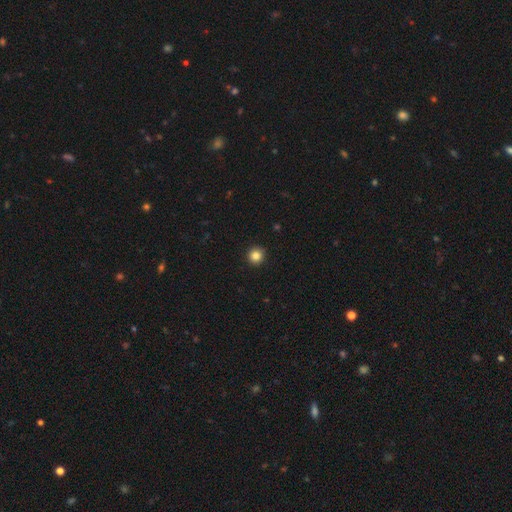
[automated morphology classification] Smooth or featured? smooth (85%)
How rounded? round (95%)
Merging? none (94%)